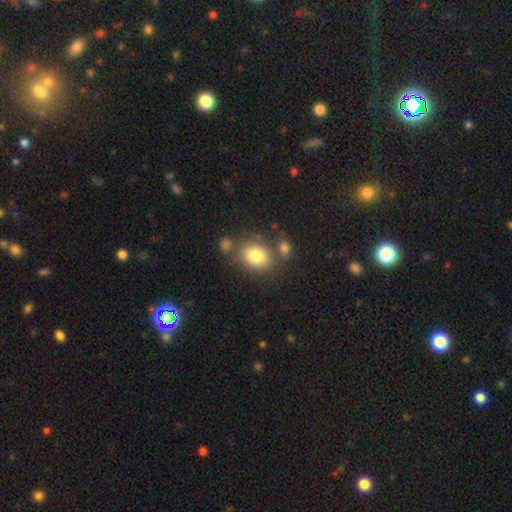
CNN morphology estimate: smooth 81%, featured or disk 10%, star or artifact 9%. Down the decision tree: how rounded — in between (53%); merging — none (66%).